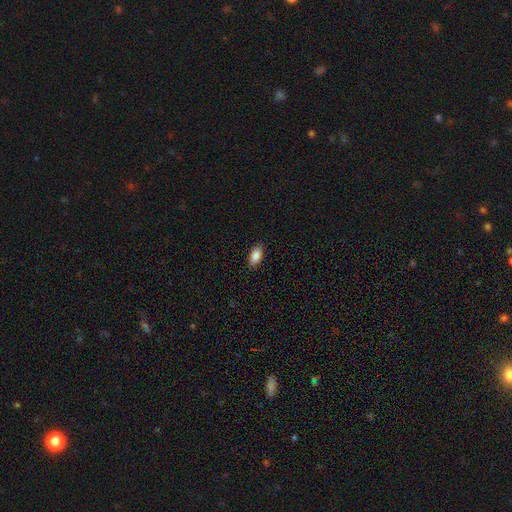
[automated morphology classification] This appears to be a smooth galaxy with no disk features (86%) that is in between round and cigar-shaped (90%). Merging: none (89%).